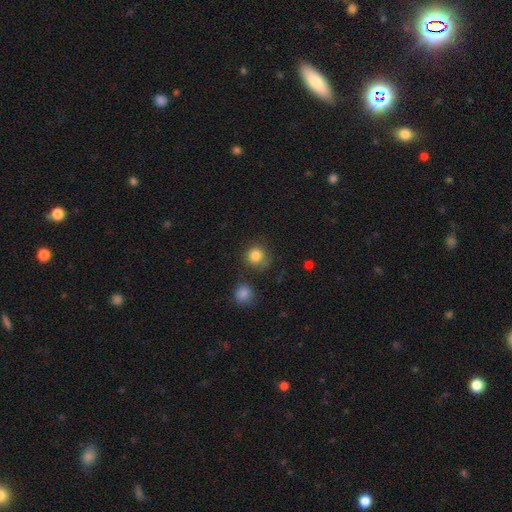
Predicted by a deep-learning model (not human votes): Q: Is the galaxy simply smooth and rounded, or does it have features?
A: smooth — 84%.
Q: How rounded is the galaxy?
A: round — 89%.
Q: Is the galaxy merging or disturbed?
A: none — 72%.